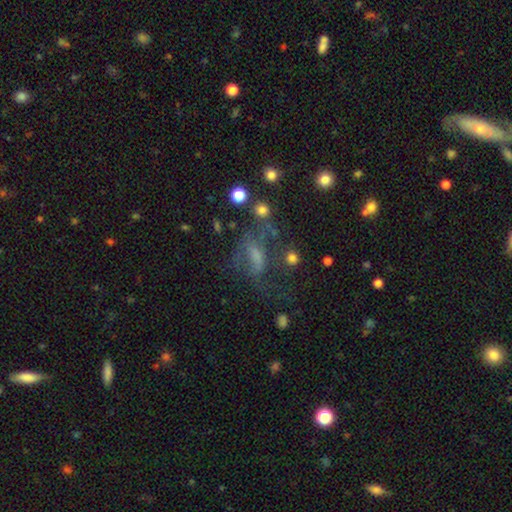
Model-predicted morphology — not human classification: A featured or disk galaxy (41%).

Vote fractions:
- Smooth or featured? featured or disk: 41% / smooth: 36% / star or artifact: 23%
- Merging? major disturbance: 39% / none: 35% / minor disturbance: 19% / merger: 6%